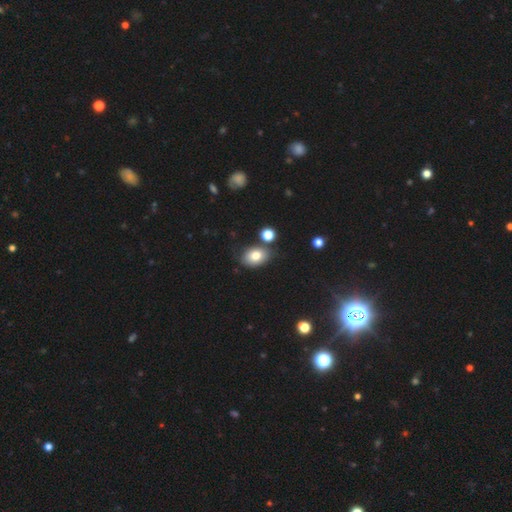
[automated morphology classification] type=smooth (78%); roundness=in between (76%); merging=none (73%).